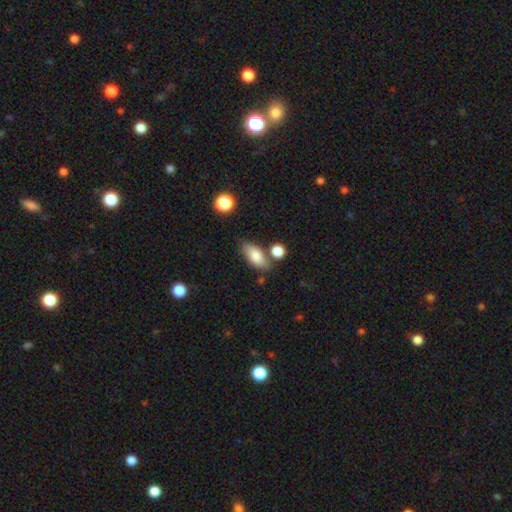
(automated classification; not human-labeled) smooth_or_featured: smooth (p=0.81) [alt: featured or disk p=0.12]
how_rounded: in between (p=0.85) [alt: cigar-shaped p=0.11]
merging: none (p=0.70) [alt: minor disturbance p=0.15]